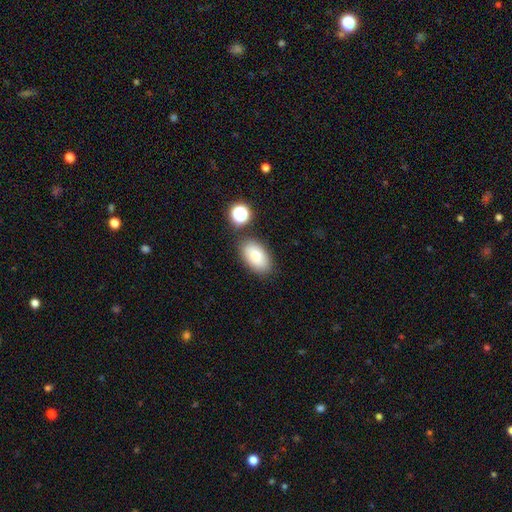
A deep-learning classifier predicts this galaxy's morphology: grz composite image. It shows a smooth galaxy with no disk features (79%) that is in between round and cigar-shaped (92%). Merging: none (79%).